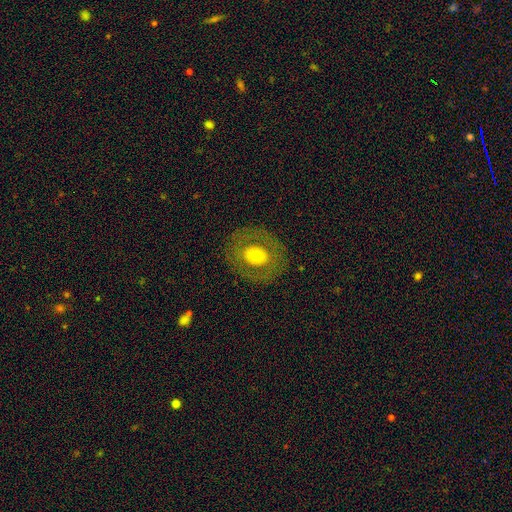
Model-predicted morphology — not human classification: Q: Smooth or featured?
A: smooth (51%); runner-up: featured or disk (41%)
Q: How rounded?
A: round (64%); runner-up: in between (35%)
Q: Merging?
A: none (82%); runner-up: minor disturbance (10%)